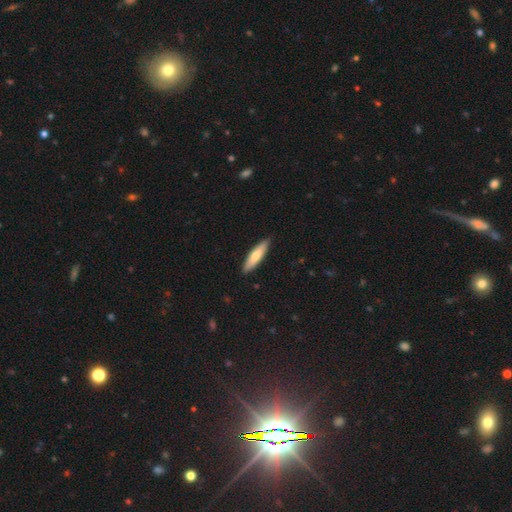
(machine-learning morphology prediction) type=smooth (73%); roundness=cigar-shaped (73%); merging=none (89%).